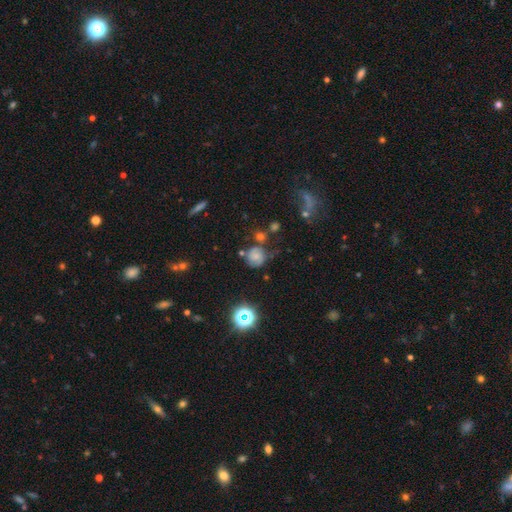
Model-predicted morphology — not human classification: Smooth or featured? Predicted: smooth (p=0.56). How rounded? Predicted: round (p=0.84). Merging? Predicted: none (p=0.55).